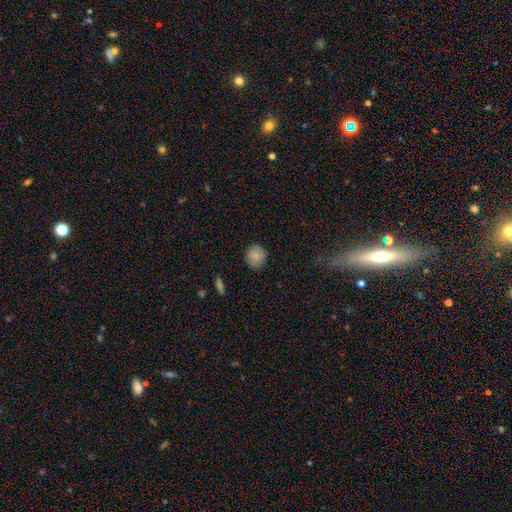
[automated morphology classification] A smooth galaxy with no disk features (82%) that is round (88%). Merging: none (81%).